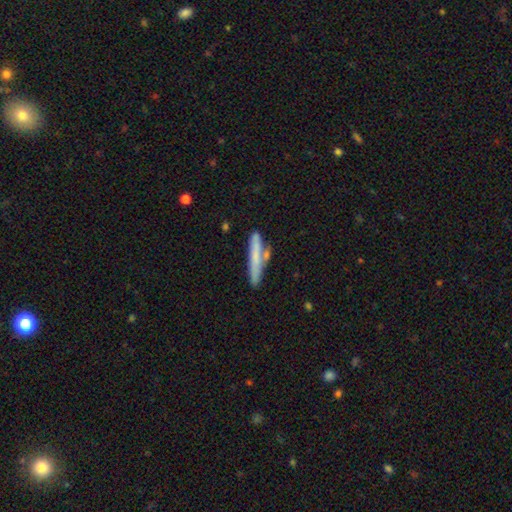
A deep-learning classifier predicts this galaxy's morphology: smooth-or-featured: smooth: 65% | featured or disk: 28% | star or artifact: 6%
  how-rounded: cigar-shaped: 92% | in between: 6% | round: 2%
  merging: none: 68% | minor disturbance: 16% | merger: 11% | major disturbance: 4%